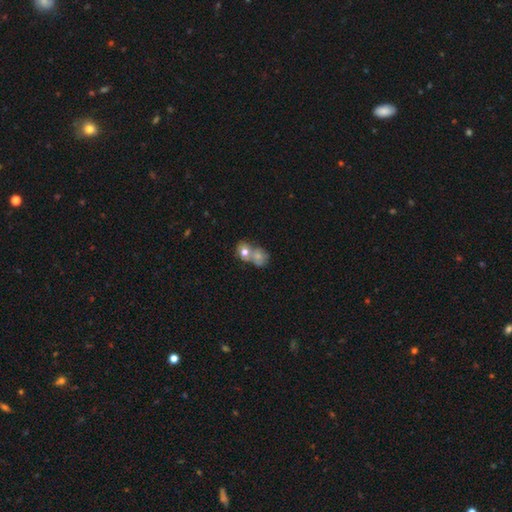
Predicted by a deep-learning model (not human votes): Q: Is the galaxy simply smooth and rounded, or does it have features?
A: smooth — 66%.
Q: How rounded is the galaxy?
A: round — 61%.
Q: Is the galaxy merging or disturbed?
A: merger — 66%.